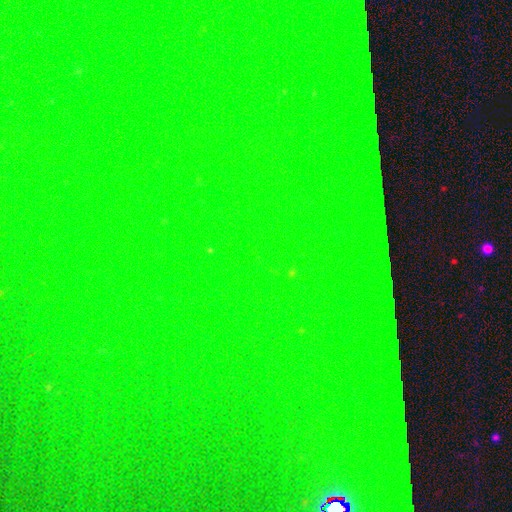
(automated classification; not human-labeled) smooth_or_featured: star or artifact (p=0.82) [alt: smooth p=0.10]